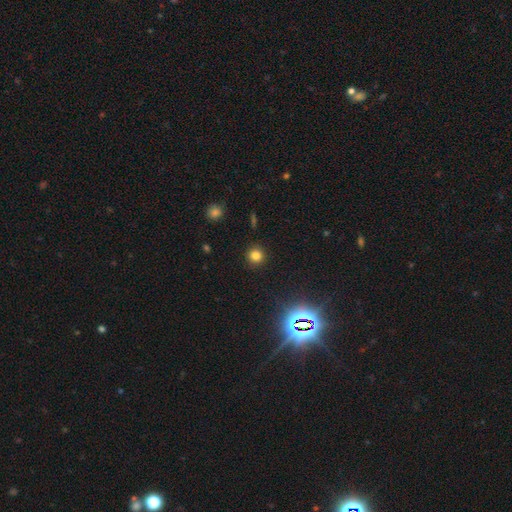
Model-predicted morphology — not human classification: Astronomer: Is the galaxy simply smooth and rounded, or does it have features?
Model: smooth — 78%.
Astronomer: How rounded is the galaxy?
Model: round — 93%.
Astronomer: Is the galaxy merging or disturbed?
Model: none — 91%.